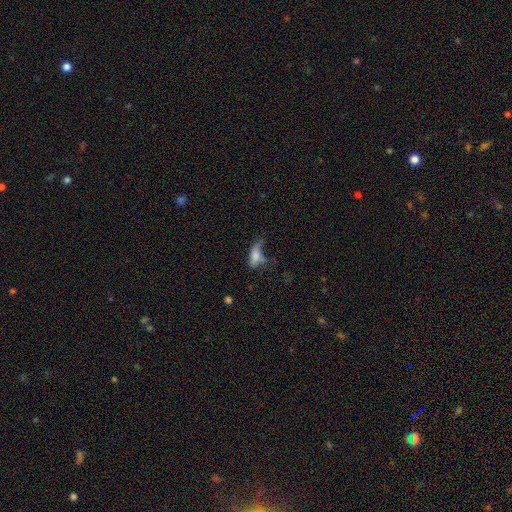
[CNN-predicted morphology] A smooth galaxy with no disk features (67%) that is in between round and cigar-shaped (77%). Merging: major disturbance (37%).